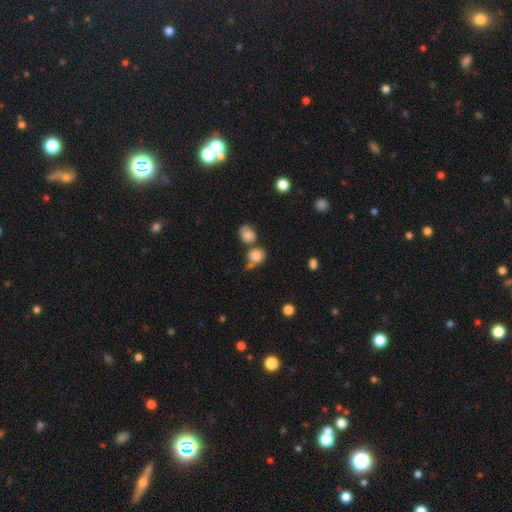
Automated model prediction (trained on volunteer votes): smooth_or_featured: smooth (p=0.82) [alt: star or artifact p=0.10]
how_rounded: round (p=0.77) [alt: in between p=0.22]
merging: none (p=0.48) [alt: merger p=0.31]